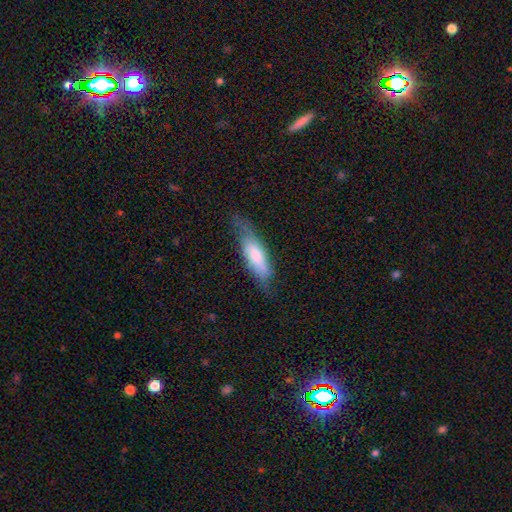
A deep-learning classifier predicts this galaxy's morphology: Smooth or featured? Predicted: smooth (p=0.60). How rounded? Predicted: in between (p=0.56). Merging? Predicted: none (p=0.56).